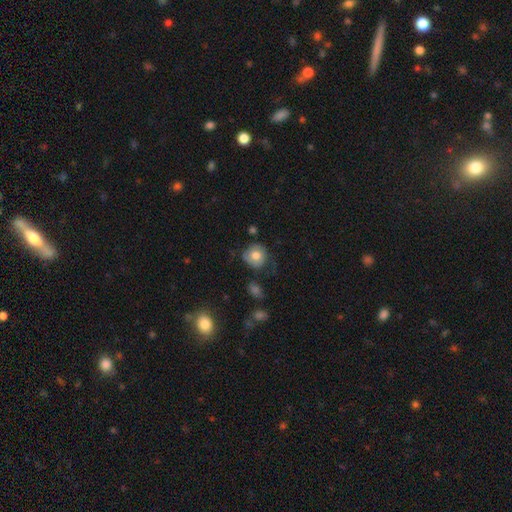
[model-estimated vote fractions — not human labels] Smooth or featured?
  - smooth: 72% *
  - featured or disk: 20%
  - star or artifact: 8%
How rounded?
  - round: 84% *
  - in between: 15%
  - cigar-shaped: 1%
Merging?
  - none: 63% *
  - minor disturbance: 25%
  - major disturbance: 9%
  - merger: 3%